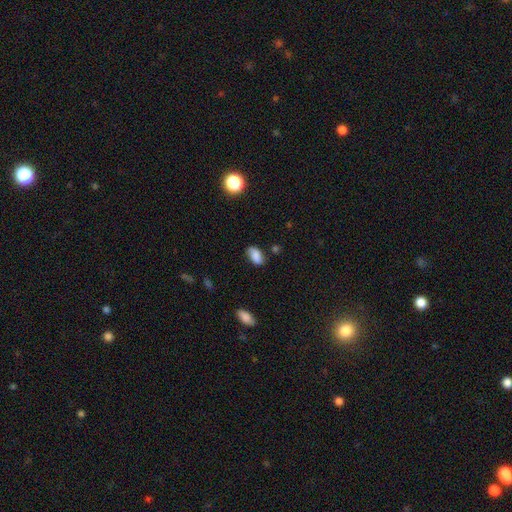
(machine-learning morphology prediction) The model was most divided on "merging": none: 70%, minor disturbance: 22%, major disturbance: 5%, merger: 3%. More confident: how rounded — in between (91%); smooth or featured — smooth (82%).